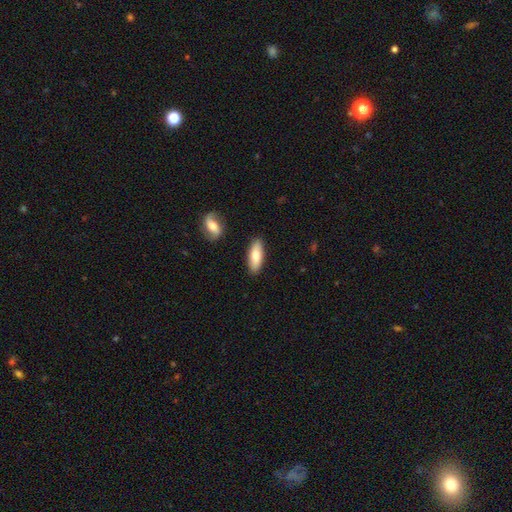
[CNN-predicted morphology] smooth 80%, featured or disk 14%, star or artifact 6%. Down the decision tree: how rounded — in between (67%); merging — none (86%).